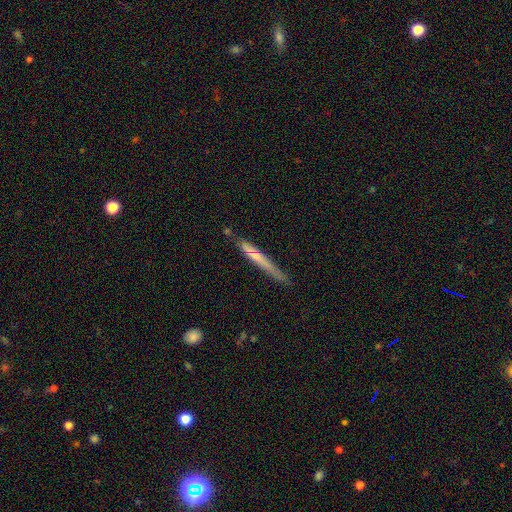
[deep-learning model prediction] Smooth or featured? Predicted: smooth (p=0.47). Merging? Predicted: none (p=0.71).